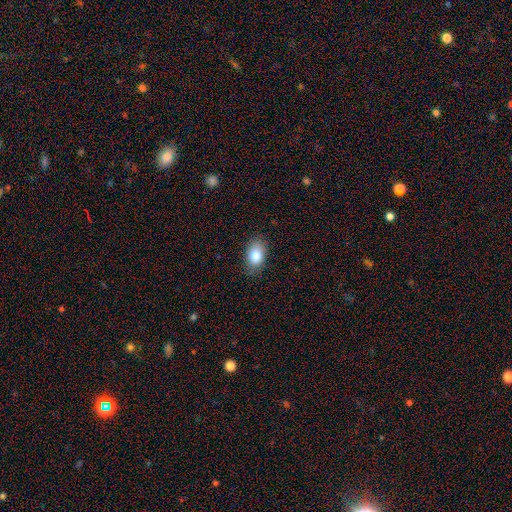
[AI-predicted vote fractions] Smooth or featured? Predicted: smooth (p=0.83). How rounded? Predicted: in between (p=0.88). Merging? Predicted: none (p=0.82).